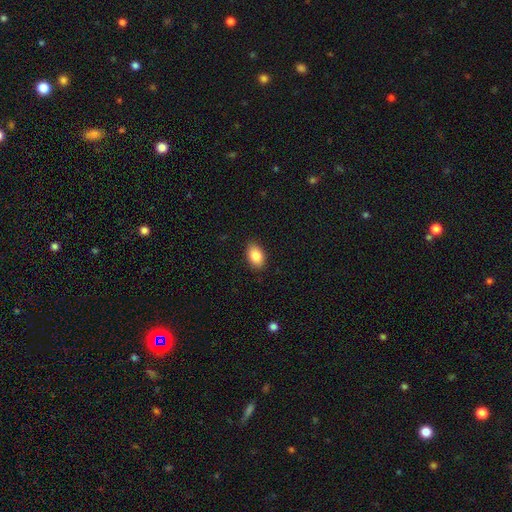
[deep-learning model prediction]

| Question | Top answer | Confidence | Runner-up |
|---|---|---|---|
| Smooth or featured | smooth | 87% | star or artifact (7%) |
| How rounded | in between | 89% | round (9%) |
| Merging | none | 87% | minor disturbance (10%) |